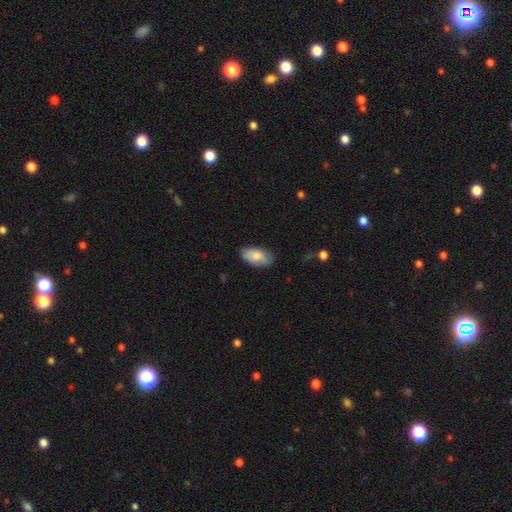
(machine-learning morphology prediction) This appears to be a smooth galaxy with no disk features (81%) that is in between round and cigar-shaped (94%). Merging: none (80%).